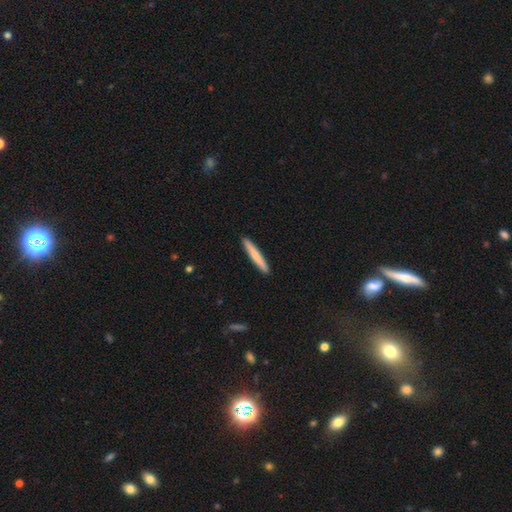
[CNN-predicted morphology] smooth-or-featured: smooth: 71% | featured or disk: 24% | star or artifact: 5%
  how-rounded: cigar-shaped: 96% | in between: 3% | round: 1%
  merging: none: 92% | minor disturbance: 6% | major disturbance: 1% | merger: 1%